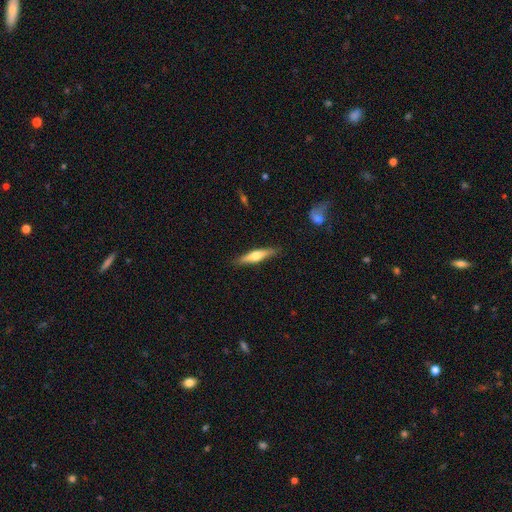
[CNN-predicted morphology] Smooth or featured? Predicted: featured or disk (p=0.50). Merging? Predicted: none (p=0.88).